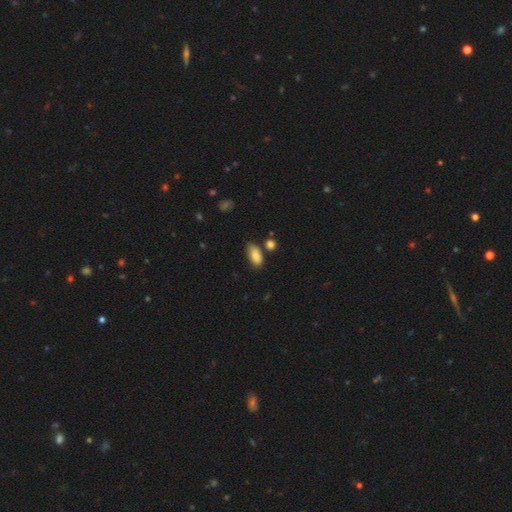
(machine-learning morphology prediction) Overall: smooth (86%). How rounded: in between (89%). Merging: none (66%).